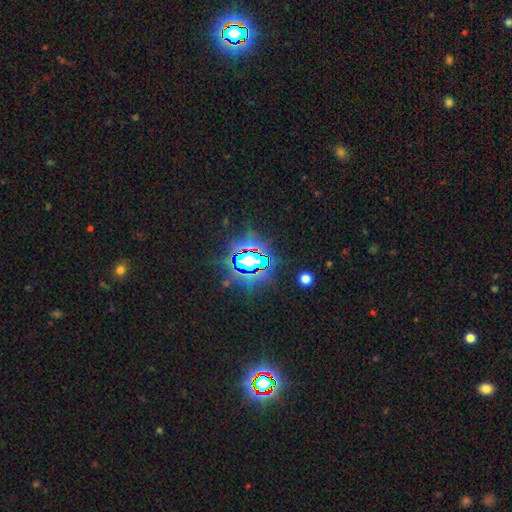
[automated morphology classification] Smooth or featured: star or artifact — 81% (smooth — 11%)